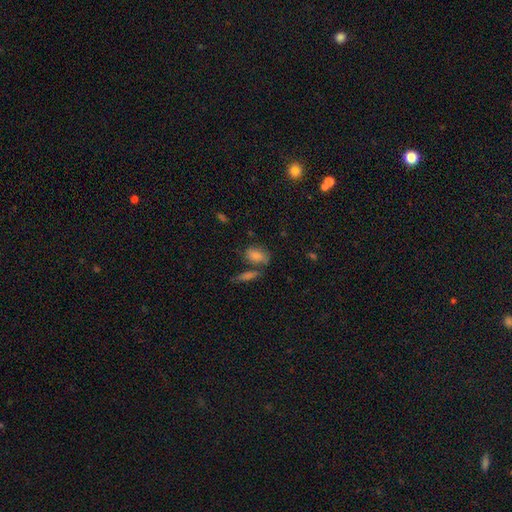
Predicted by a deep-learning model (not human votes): The model was most divided on "merging": none: 58%, merger: 20%, minor disturbance: 16%, major disturbance: 6%. More confident: how rounded — in between (84%); smooth or featured — smooth (73%).